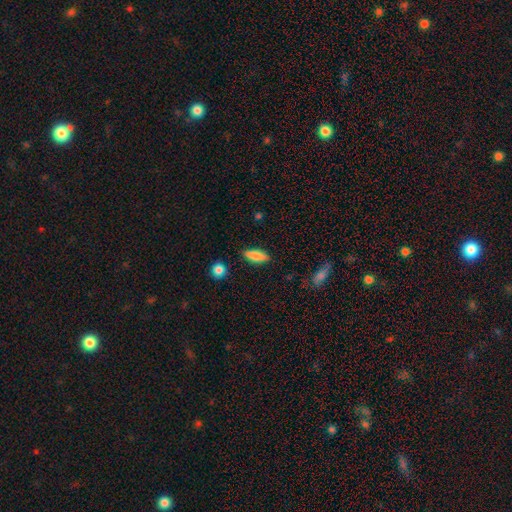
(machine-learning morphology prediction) Smooth or featured?
  - smooth: 84% *
  - featured or disk: 10%
  - star or artifact: 7%
How rounded?
  - in between: 69% *
  - cigar-shaped: 29%
  - round: 2%
Merging?
  - none: 86% *
  - minor disturbance: 10%
  - major disturbance: 2%
  - merger: 2%